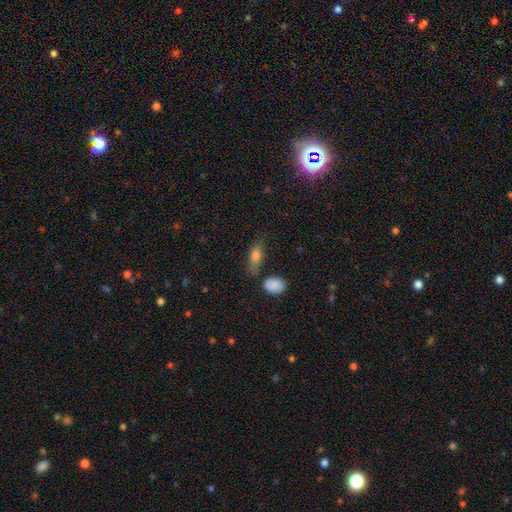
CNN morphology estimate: Q: Smooth or featured?
A: smooth (73%); runner-up: featured or disk (18%)
Q: How rounded?
A: in between (74%); runner-up: cigar-shaped (20%)
Q: Merging?
A: none (62%); runner-up: minor disturbance (22%)